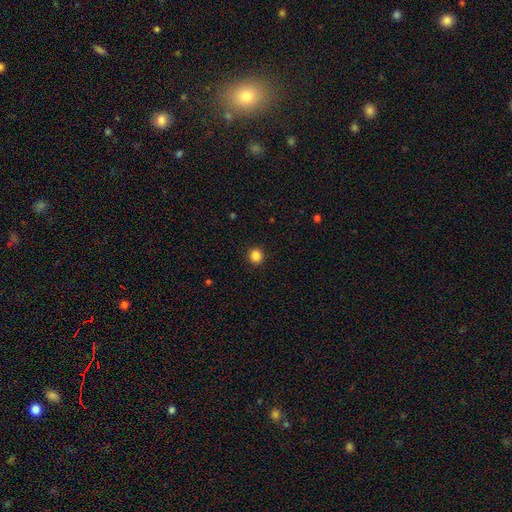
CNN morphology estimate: A smooth galaxy with no disk features (86%) that is round (92%). Merging: none (92%).